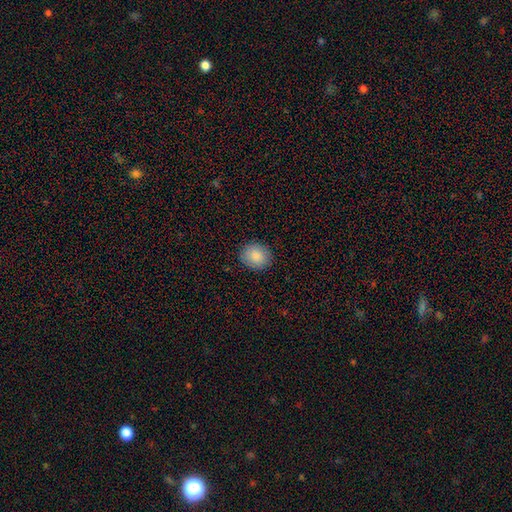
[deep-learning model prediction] Q: Smooth or featured?
A: smooth (87%); runner-up: star or artifact (8%)
Q: How rounded?
A: round (70%); runner-up: in between (29%)
Q: Merging?
A: none (89%); runner-up: minor disturbance (8%)